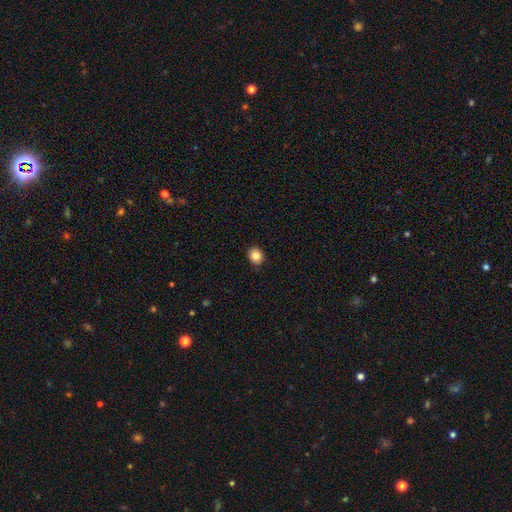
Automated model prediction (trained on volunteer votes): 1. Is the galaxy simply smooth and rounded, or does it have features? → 84% smooth, 10% star or artifact, 5% featured or disk.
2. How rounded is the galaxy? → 70% round, 29% in between, 1% cigar-shaped.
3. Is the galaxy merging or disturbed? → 90% none, 7% minor disturbance, 2% major disturbance, 1% merger.